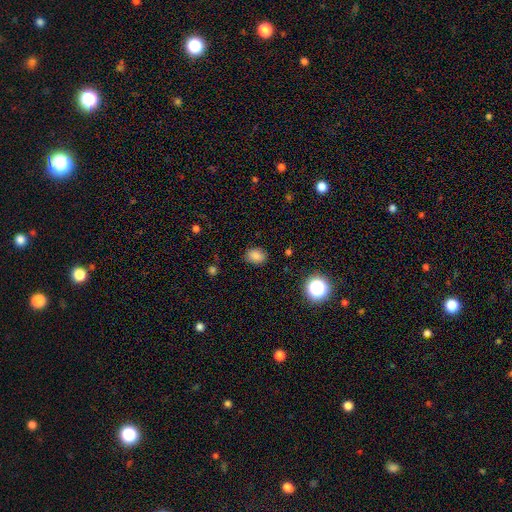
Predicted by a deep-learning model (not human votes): smooth 83%, star or artifact 12%, featured or disk 5%. Down the decision tree: how rounded — in between (63%); merging — none (86%).